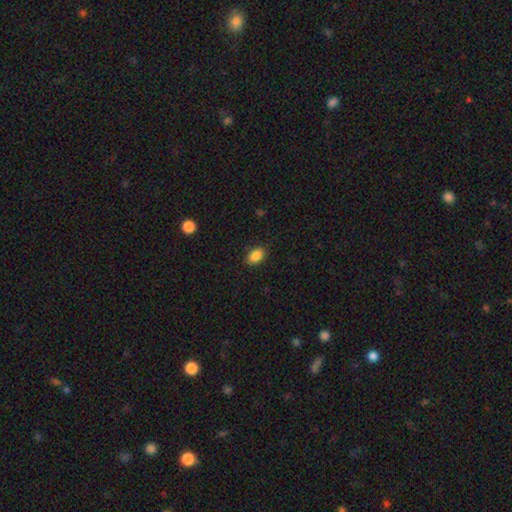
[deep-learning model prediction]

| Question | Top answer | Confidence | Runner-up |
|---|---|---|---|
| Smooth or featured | smooth | 87% | star or artifact (8%) |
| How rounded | in between | 86% | round (13%) |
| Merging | none | 87% | minor disturbance (10%) |